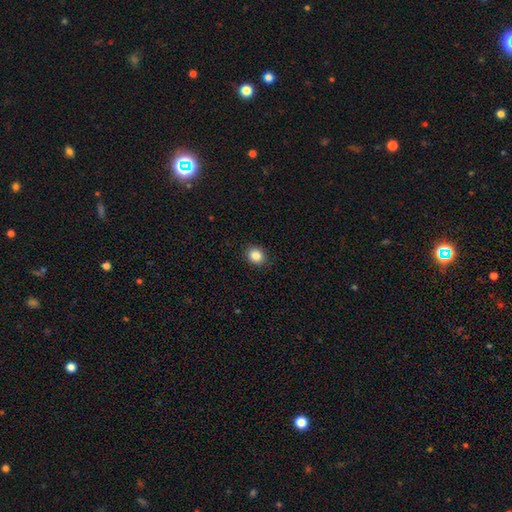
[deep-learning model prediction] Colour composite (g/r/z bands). It shows a smooth galaxy with no disk features (86%) that is round (63%). Merging: none (89%).